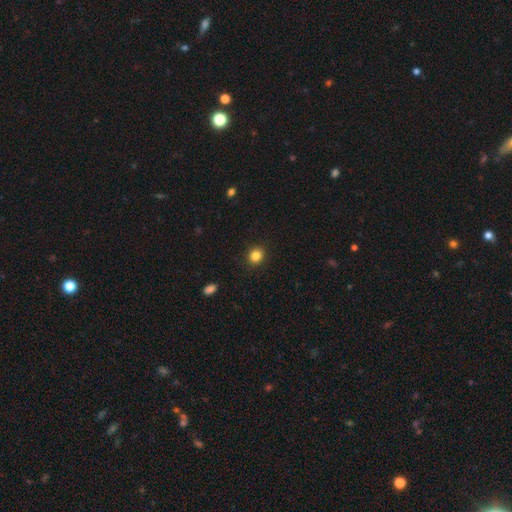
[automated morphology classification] A smooth galaxy with no disk features (85%) that is round (79%). Merging: none (91%).